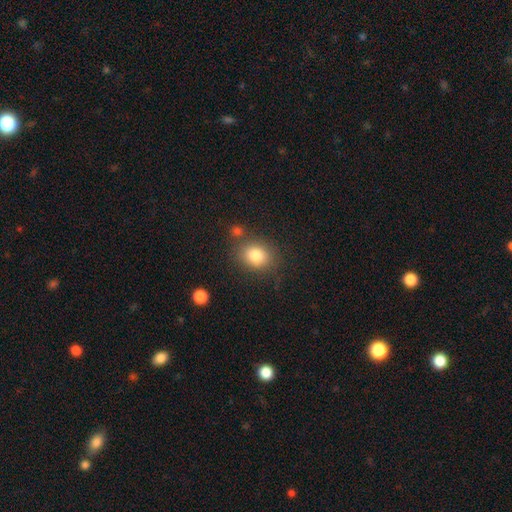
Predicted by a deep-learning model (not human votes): Overall: smooth (82%). How rounded: round (53%; in between 46%). Merging: none (74%).